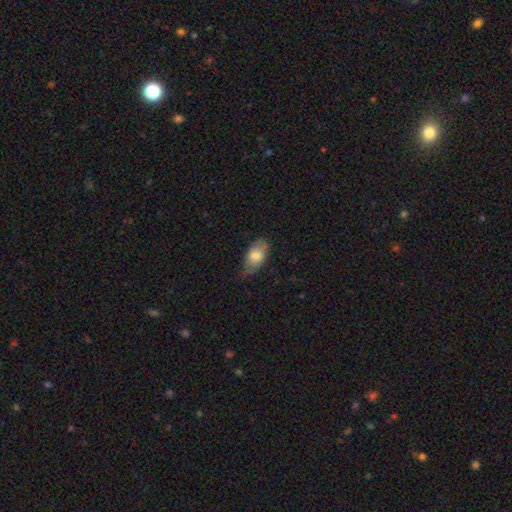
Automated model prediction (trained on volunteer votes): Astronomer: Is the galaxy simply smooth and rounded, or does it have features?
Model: smooth — 69%.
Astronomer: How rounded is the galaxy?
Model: in between — 91%.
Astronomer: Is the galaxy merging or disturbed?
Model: none — 47% (runner-up: minor disturbance, 39%).